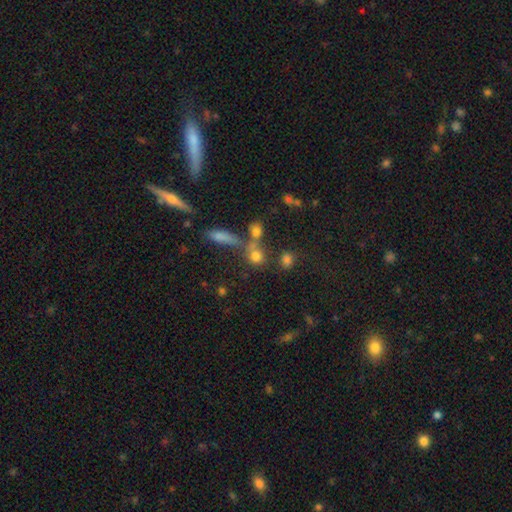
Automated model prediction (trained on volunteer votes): Smooth or featured? Predicted: smooth (p=0.74). How rounded? Predicted: round (p=0.72). Merging? Predicted: none (p=0.56).